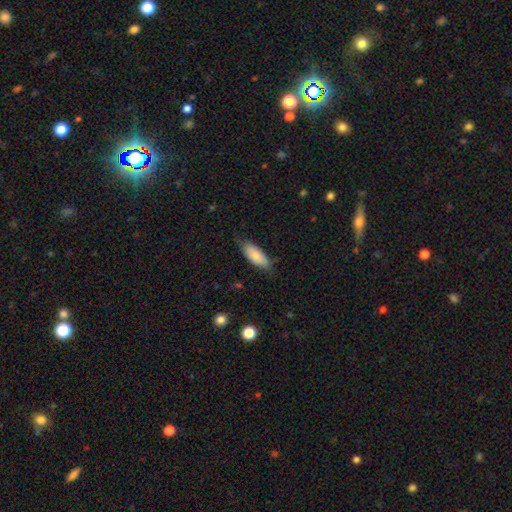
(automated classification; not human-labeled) Smooth or featured?
  - smooth: 83% *
  - featured or disk: 11%
  - star or artifact: 6%
How rounded?
  - in between: 81% *
  - cigar-shaped: 17%
  - round: 2%
Merging?
  - none: 72% *
  - minor disturbance: 23%
  - major disturbance: 4%
  - merger: 1%